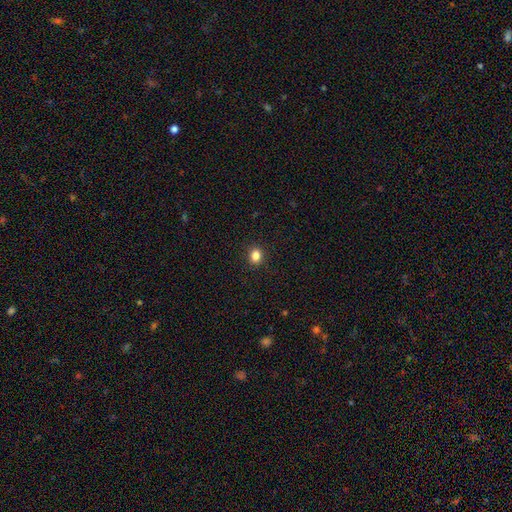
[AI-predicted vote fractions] smooth 84%, star or artifact 11%, featured or disk 4%. Down the decision tree: how rounded — round (59%); merging — none (91%).